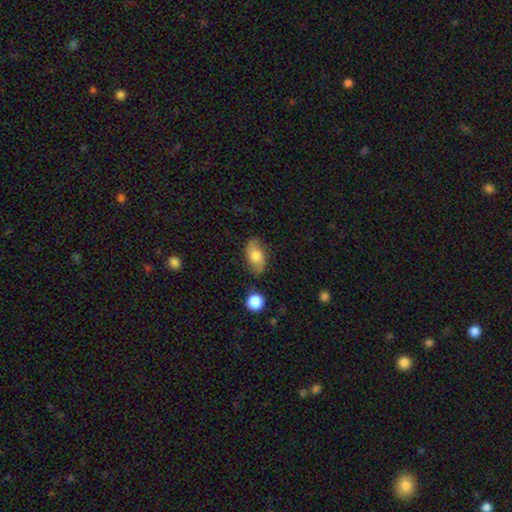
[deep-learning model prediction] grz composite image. It shows a smooth galaxy with no disk features (67%) that is in between round and cigar-shaped (90%). Merging: none (72%).